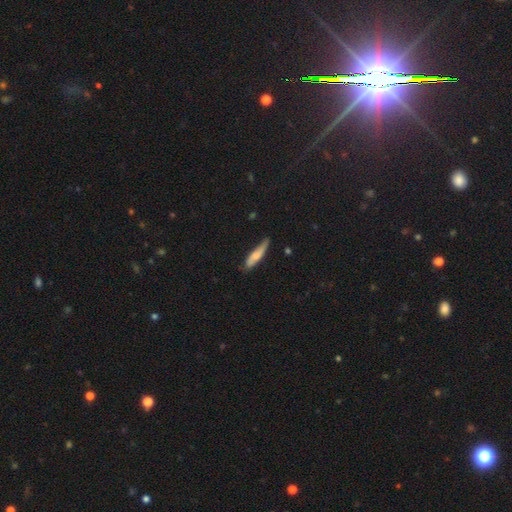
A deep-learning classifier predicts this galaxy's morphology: smooth 67%, featured or disk 27%, star or artifact 6%. Down the decision tree: how rounded — cigar-shaped (79%); merging — none (64%).